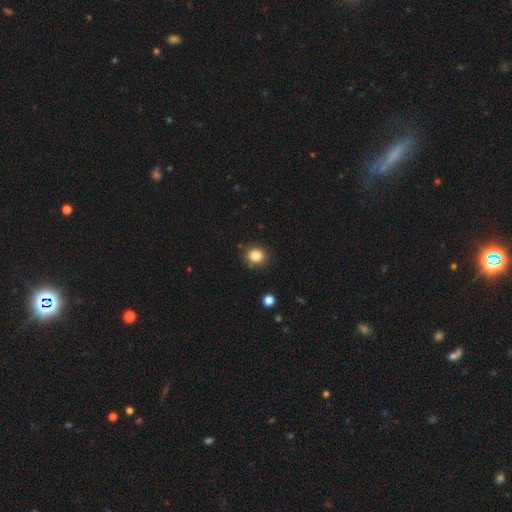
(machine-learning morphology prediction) smooth-or-featured: smooth: 84% | star or artifact: 11% | featured or disk: 5%
  how-rounded: round: 73% | in between: 26% | cigar-shaped: 1%
  merging: none: 85% | minor disturbance: 10% | major disturbance: 3% | merger: 2%